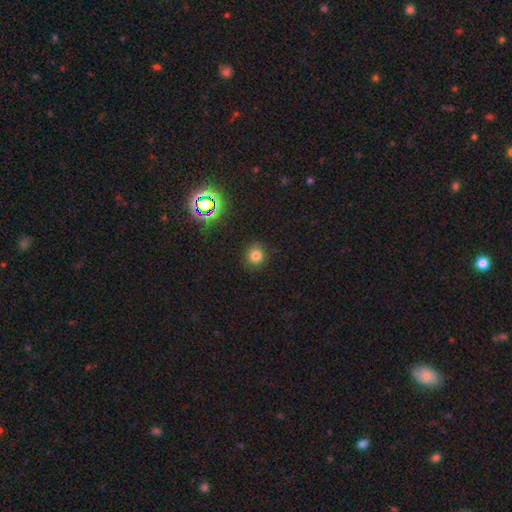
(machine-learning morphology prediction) Smooth or featured: smooth — 76% (star or artifact — 17%)
How rounded: round — 89% (in between — 10%)
Merging: none — 86% (minor disturbance — 10%)